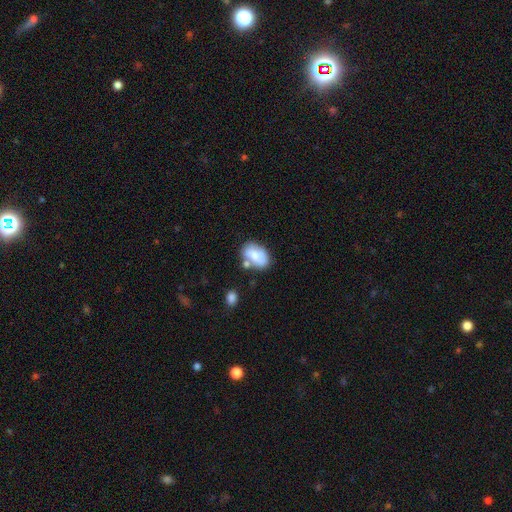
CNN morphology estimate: Smooth or featured?
  - smooth: 66% *
  - featured or disk: 26%
  - star or artifact: 7%
How rounded?
  - in between: 87% *
  - round: 11%
  - cigar-shaped: 1%
Merging?
  - none: 51% *
  - minor disturbance: 22%
  - merger: 21%
  - major disturbance: 7%